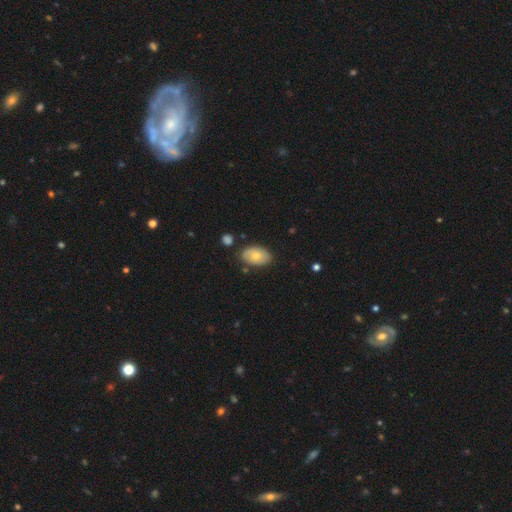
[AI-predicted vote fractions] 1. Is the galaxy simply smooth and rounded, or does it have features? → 63% smooth, 30% featured or disk, 7% star or artifact.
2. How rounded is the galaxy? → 89% in between, 9% round, 1% cigar-shaped.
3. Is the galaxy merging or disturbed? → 78% none, 16% minor disturbance, 3% major disturbance, 3% merger.